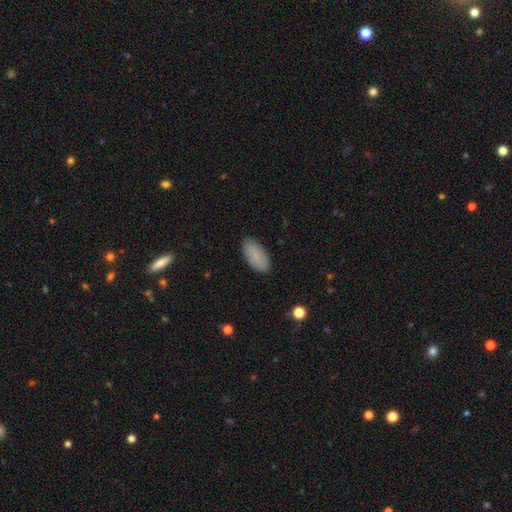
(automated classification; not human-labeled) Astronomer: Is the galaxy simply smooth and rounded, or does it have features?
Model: smooth — 83%.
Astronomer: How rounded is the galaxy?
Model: in between — 92%.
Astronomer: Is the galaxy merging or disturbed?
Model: none — 87%.